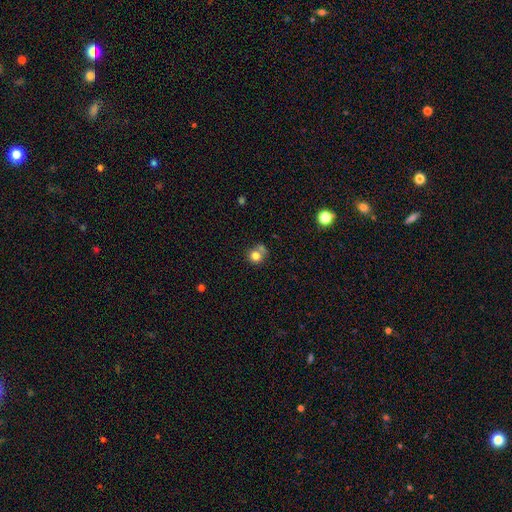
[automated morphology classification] smooth_or_featured: smooth (p=0.78) [alt: star or artifact p=0.11]
how_rounded: round (p=0.82) [alt: in between p=0.17]
merging: none (p=0.50) [alt: merger p=0.27]